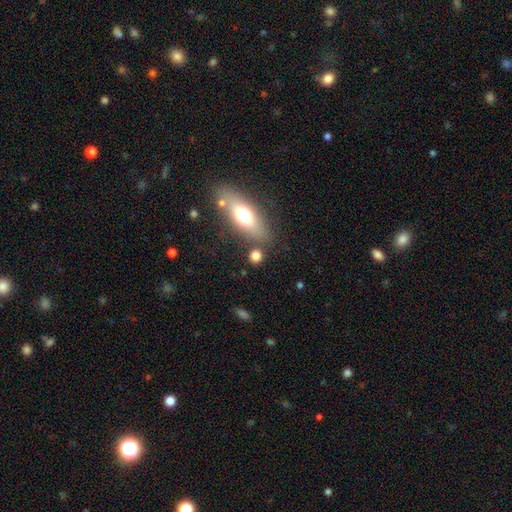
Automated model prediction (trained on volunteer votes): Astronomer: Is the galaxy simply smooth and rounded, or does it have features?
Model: smooth — 74%.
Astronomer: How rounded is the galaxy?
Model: round — 60%.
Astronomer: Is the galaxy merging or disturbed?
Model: none — 76%.